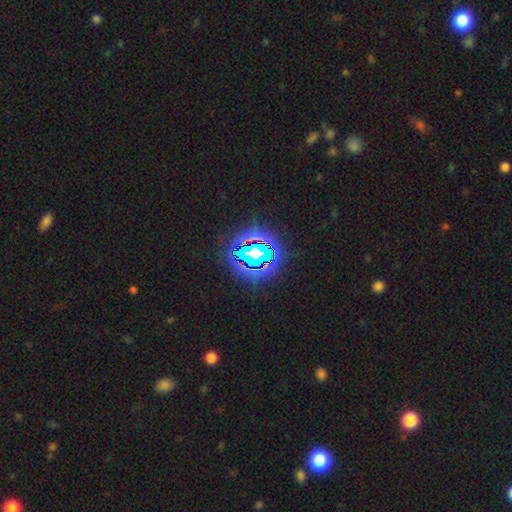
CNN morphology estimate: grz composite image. It shows a star or artifact, not a galaxy (60%).